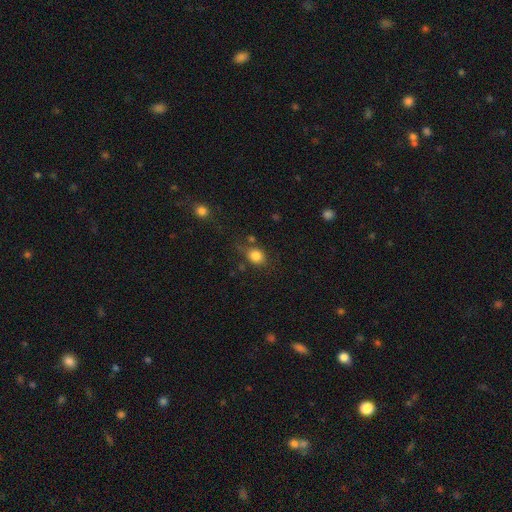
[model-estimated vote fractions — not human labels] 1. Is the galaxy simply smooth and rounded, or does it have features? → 82% smooth, 11% star or artifact, 7% featured or disk.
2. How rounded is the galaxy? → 61% round, 38% in between, 1% cigar-shaped.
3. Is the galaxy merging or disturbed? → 64% none, 21% minor disturbance, 8% major disturbance, 7% merger.